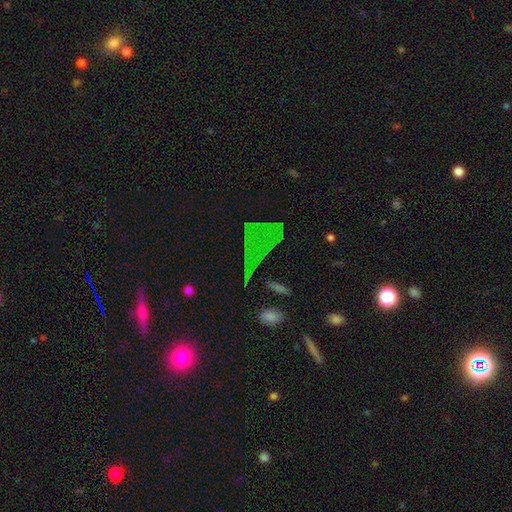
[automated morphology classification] This is possibly a star or artifact rather than a galaxy (53%).